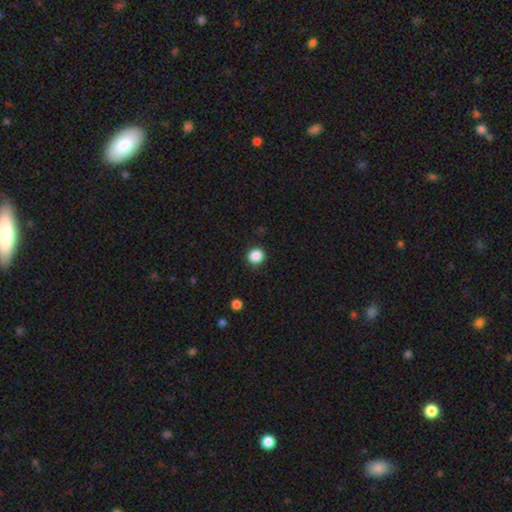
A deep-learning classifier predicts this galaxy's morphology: smooth 87%, star or artifact 10%, featured or disk 3%. Down the decision tree: how rounded — round (91%); merging — none (91%).